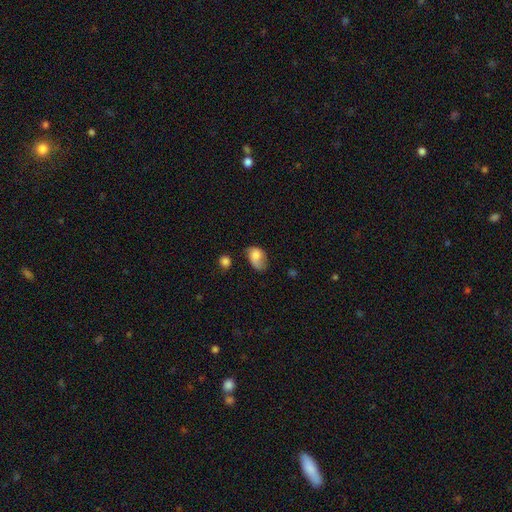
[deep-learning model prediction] Smooth or featured? smooth (69%)
How rounded? in between (80%)
Merging? none (37%, tied with minor disturbance)